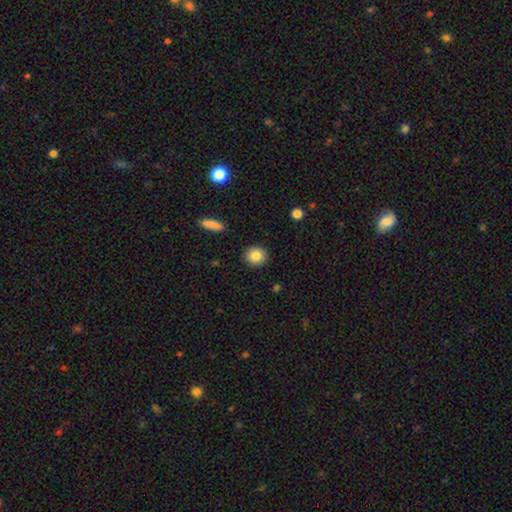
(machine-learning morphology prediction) type=smooth (84%); roundness=round (84%); merging=none (91%).